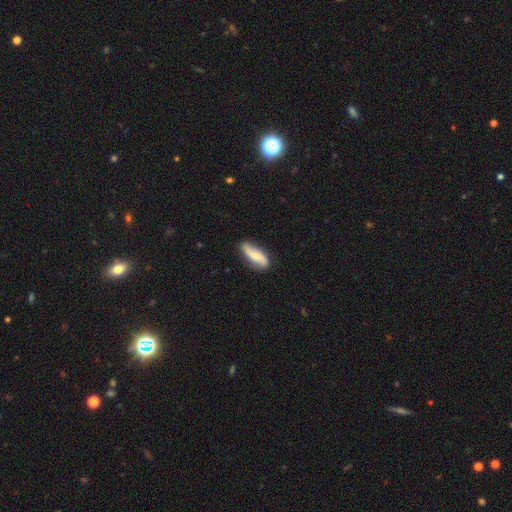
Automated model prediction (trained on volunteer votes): Q: Smooth or featured?
A: smooth (47%); tied with: featured or disk (47%)
Q: Merging?
A: none (76%); runner-up: minor disturbance (19%)